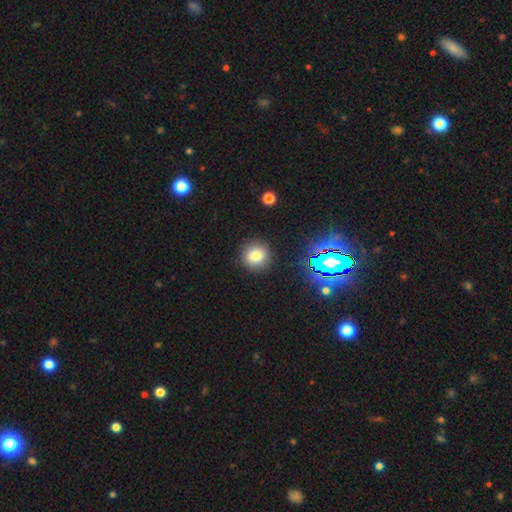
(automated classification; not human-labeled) smooth-or-featured: smooth: 78% | star or artifact: 14% | featured or disk: 7%
  how-rounded: round: 91% | in between: 8% | cigar-shaped: 1%
  merging: none: 90% | minor disturbance: 7% | major disturbance: 2% | merger: 2%